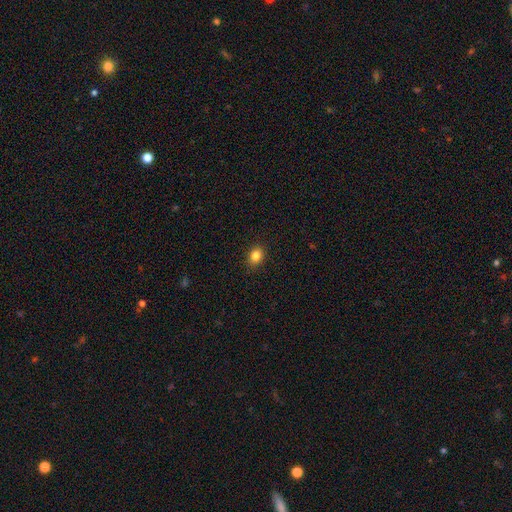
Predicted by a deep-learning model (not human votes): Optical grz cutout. It shows a smooth galaxy with no disk features (84%) that is in between round and cigar-shaped (55%). Merging: none (89%).